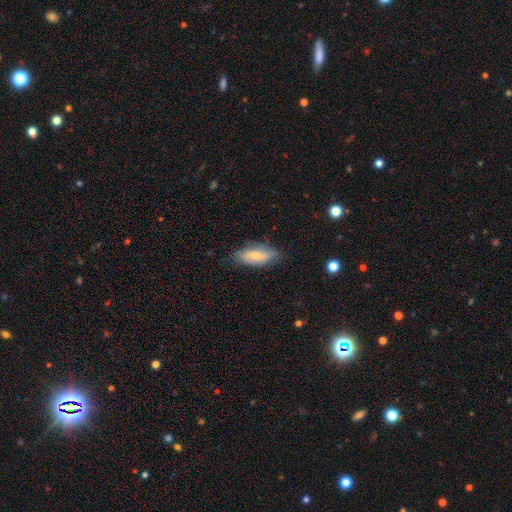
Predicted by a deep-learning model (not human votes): smooth 61%, featured or disk 32%, star or artifact 7%. Down the decision tree: how rounded — in between (79%); merging — none (69%).